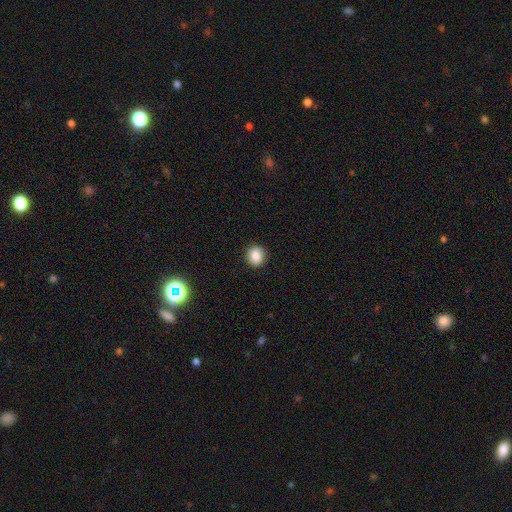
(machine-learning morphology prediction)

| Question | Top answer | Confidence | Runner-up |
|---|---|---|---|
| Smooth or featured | smooth | 86% | star or artifact (9%) |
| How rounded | round | 72% | in between (27%) |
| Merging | none | 89% | minor disturbance (8%) |